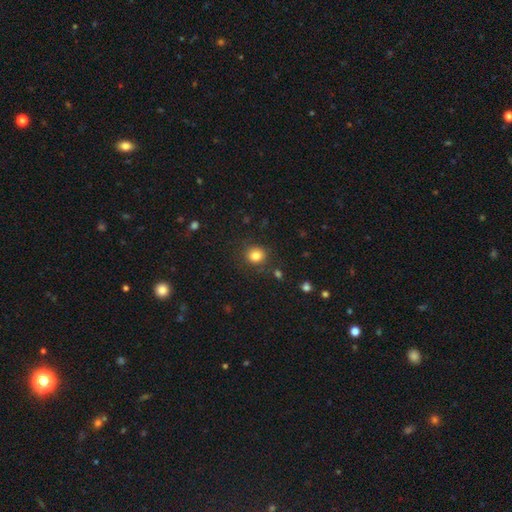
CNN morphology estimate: smooth-or-featured: smooth: 83% | star or artifact: 12% | featured or disk: 6%
  how-rounded: round: 83% | in between: 16% | cigar-shaped: 1%
  merging: none: 84% | minor disturbance: 10% | major disturbance: 4% | merger: 3%